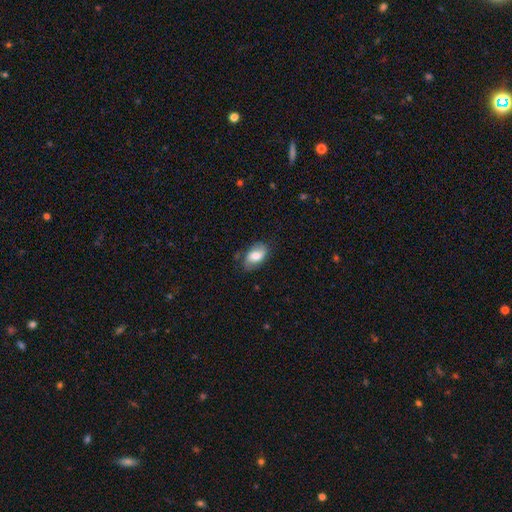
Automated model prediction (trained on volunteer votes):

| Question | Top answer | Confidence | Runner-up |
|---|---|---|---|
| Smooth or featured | smooth | 66% | featured or disk (27%) |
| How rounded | in between | 90% | round (8%) |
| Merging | none | 72% | minor disturbance (22%) |